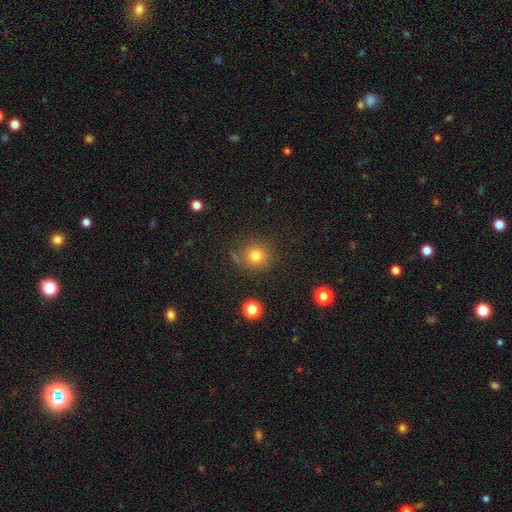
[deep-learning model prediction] The model was most divided on "smooth or featured": smooth: 78%, star or artifact: 15%, featured or disk: 7%. More confident: how rounded — round (91%); merging — none (80%).